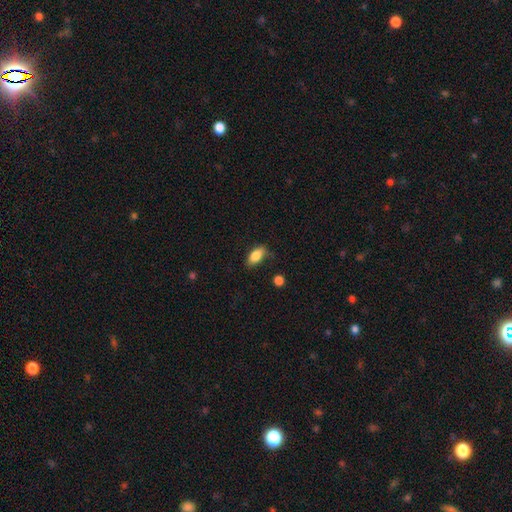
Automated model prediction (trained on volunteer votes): This is clearly a smooth galaxy (83%). How rounded: clearly in between (88%). Merging: likely none (71%).